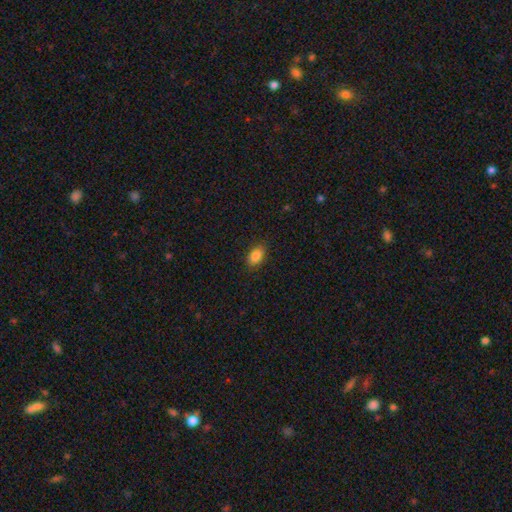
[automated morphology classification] type=smooth (87%); roundness=in between (89%); merging=none (87%).